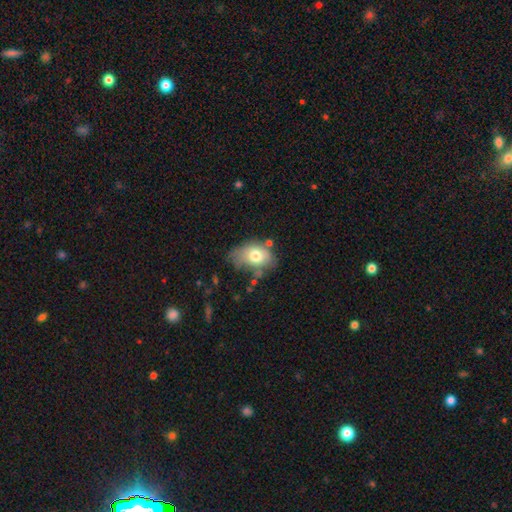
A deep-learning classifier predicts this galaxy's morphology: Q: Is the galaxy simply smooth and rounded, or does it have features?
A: smooth — 72%.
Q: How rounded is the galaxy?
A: in between — 82%.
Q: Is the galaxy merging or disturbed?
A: none — 46%.